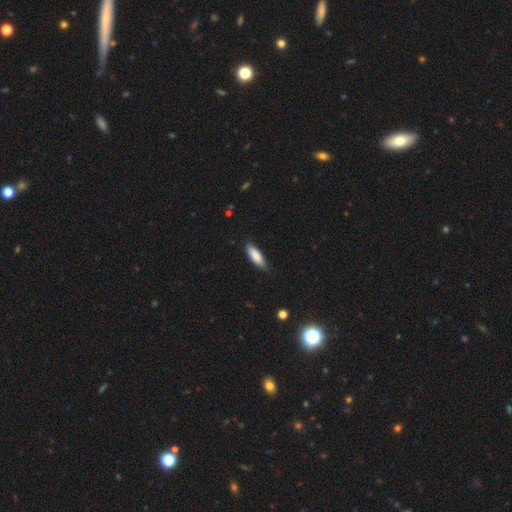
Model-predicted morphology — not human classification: smooth_or_featured: smooth (p=0.85) [alt: featured or disk p=0.09]
how_rounded: in between (p=0.57) [alt: cigar-shaped p=0.41]
merging: none (p=0.74) [alt: minor disturbance p=0.22]